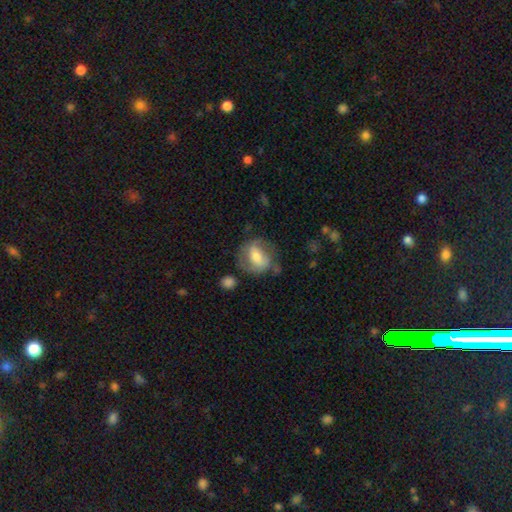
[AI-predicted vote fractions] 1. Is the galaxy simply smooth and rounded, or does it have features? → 50% featured or disk, 43% smooth, 7% star or artifact.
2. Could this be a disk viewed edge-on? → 94% no, 6% yes.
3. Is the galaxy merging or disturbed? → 59% none, 23% minor disturbance, 14% major disturbance, 4% merger.